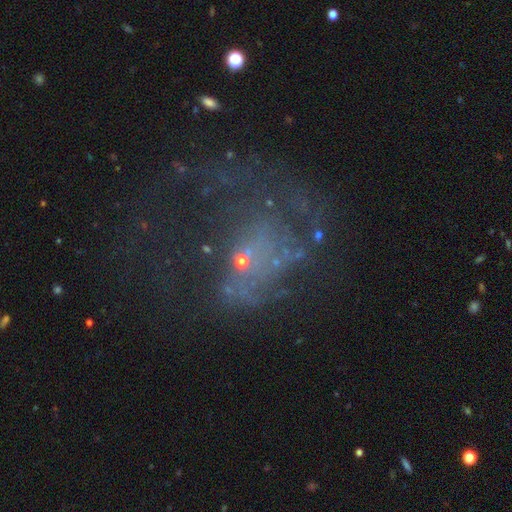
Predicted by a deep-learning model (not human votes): Overall: featured or disk (58%; star or artifact 25%). Edge-on disk: no (97%). Bar: no (84%). Spiral arms: no (66%; yes 34%). Bulge size: small (52%; none 35%). Merging: major disturbance (49%; none 31%).